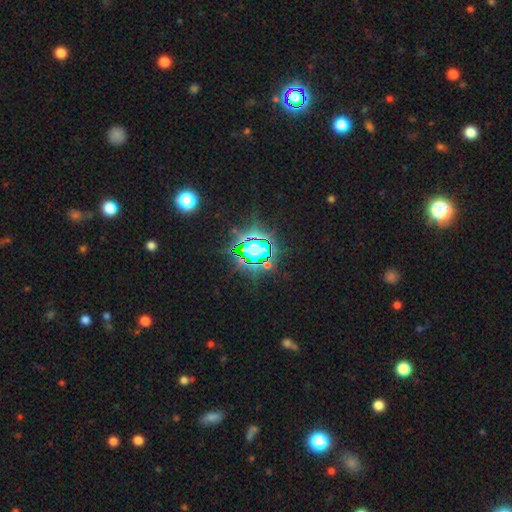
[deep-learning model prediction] This appears to be a star or artifact, not a galaxy (78%).